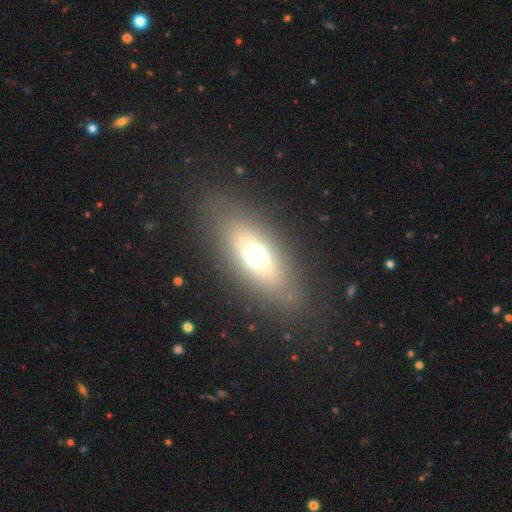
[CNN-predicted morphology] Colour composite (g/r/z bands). It shows a smooth galaxy with no disk features (59%) that is in between round and cigar-shaped (73%). Merging: none (81%).